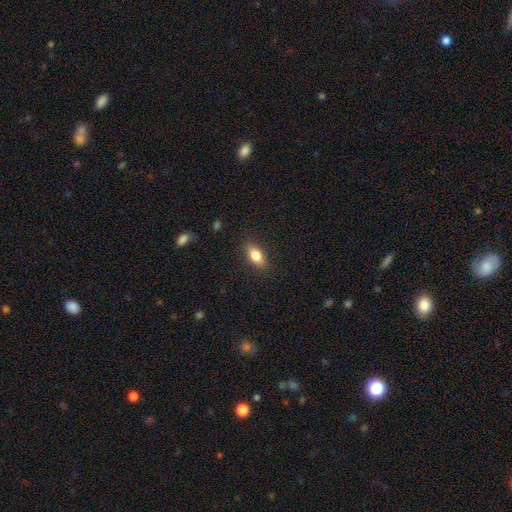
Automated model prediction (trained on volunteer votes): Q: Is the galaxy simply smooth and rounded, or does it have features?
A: smooth — 76%.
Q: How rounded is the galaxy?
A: in between — 81%.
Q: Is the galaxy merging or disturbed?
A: none — 86%.